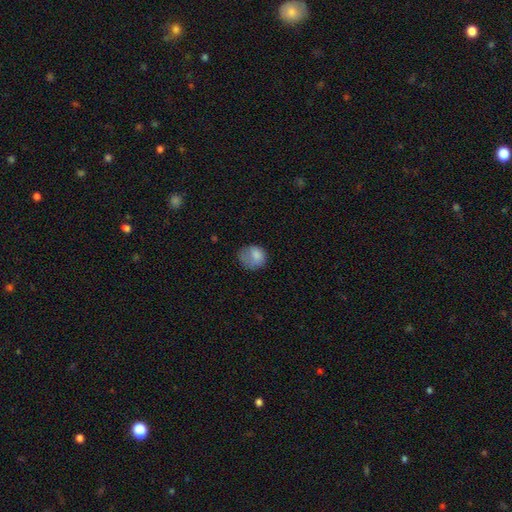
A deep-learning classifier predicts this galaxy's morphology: smooth-or-featured: smooth: 79% | featured or disk: 12% | star or artifact: 9%
  how-rounded: round: 61% | in between: 38% | cigar-shaped: 1%
  merging: none: 41% | minor disturbance: 31% | major disturbance: 26% | merger: 2%